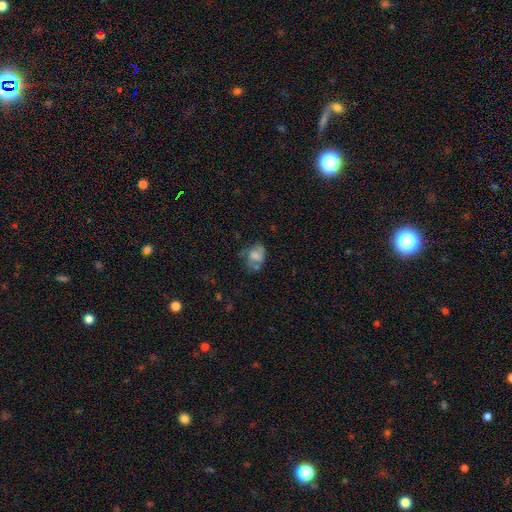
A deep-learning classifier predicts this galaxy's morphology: smooth 58%, featured or disk 32%, star or artifact 10%. Down the decision tree: how rounded — in between (66%); merging — none (40%).